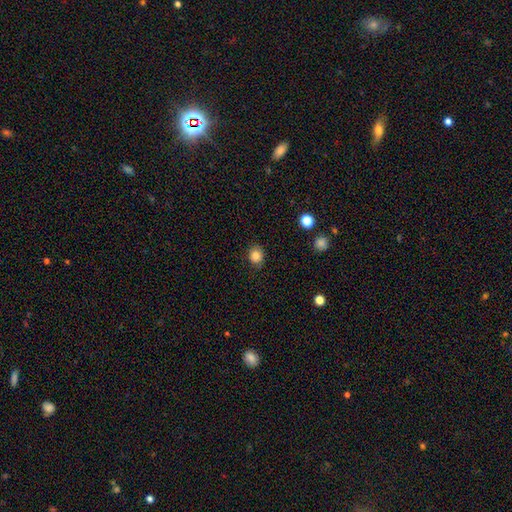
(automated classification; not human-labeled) This appears to be a smooth galaxy with no disk features (84%) that is round (66%). Merging: none (83%).